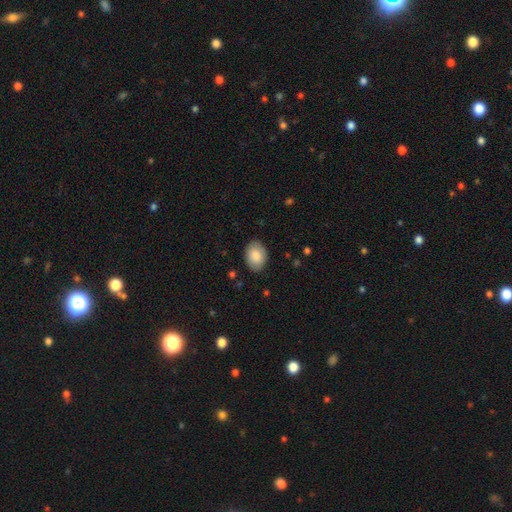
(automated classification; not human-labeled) Q: Smooth or featured?
A: smooth (85%); runner-up: featured or disk (9%)
Q: How rounded?
A: in between (80%); runner-up: round (19%)
Q: Merging?
A: none (86%); runner-up: minor disturbance (11%)